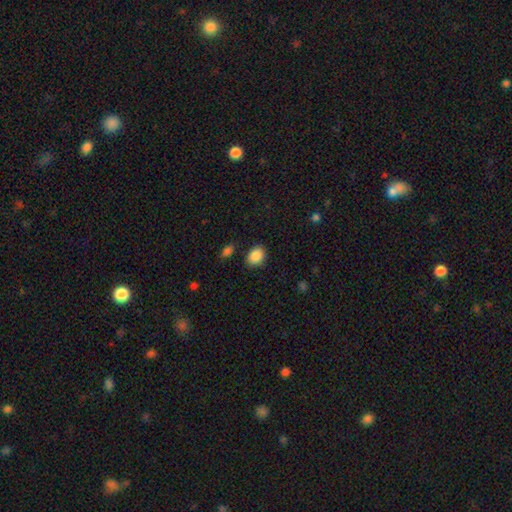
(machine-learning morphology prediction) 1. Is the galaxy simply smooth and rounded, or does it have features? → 88% smooth, 8% star or artifact, 4% featured or disk.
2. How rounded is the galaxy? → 64% in between, 35% round, 1% cigar-shaped.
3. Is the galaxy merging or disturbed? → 84% none, 10% minor disturbance, 3% major disturbance, 2% merger.